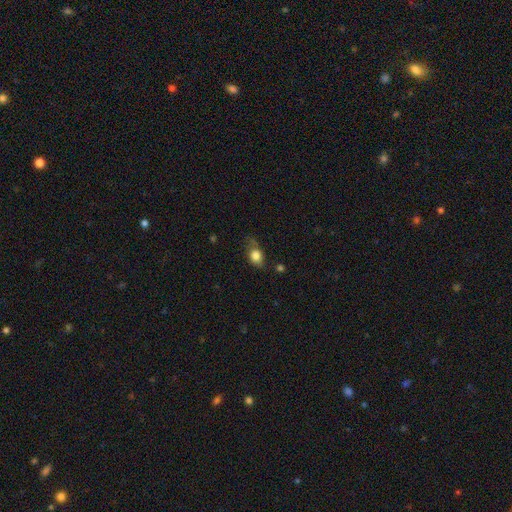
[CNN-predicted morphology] Smooth or featured: smooth — 77% (featured or disk — 14%)
How rounded: in between — 63% (round — 33%)
Merging: none — 50% (minor disturbance — 33%)